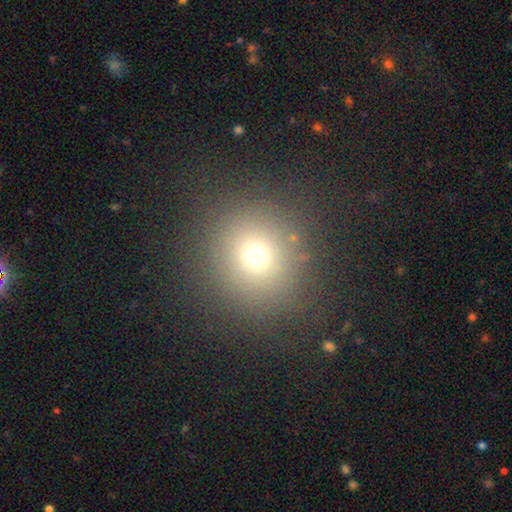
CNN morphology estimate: This appears to be a smooth galaxy with no disk features (70%) that is round (92%). Merging: none (87%).